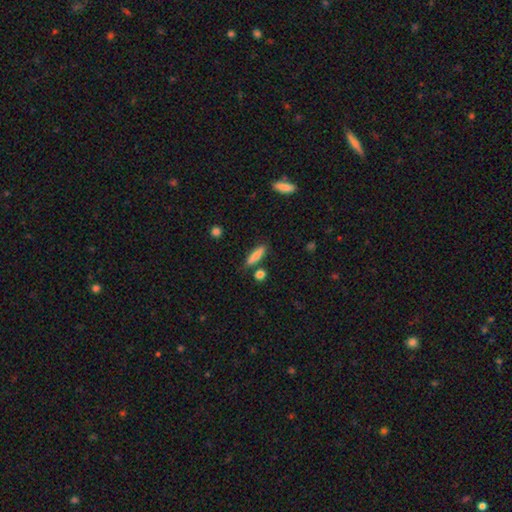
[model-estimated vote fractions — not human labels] Smooth or featured?
  - smooth: 81% *
  - featured or disk: 12%
  - star or artifact: 7%
How rounded?
  - cigar-shaped: 73% *
  - in between: 24%
  - round: 3%
Merging?
  - none: 79% *
  - minor disturbance: 12%
  - merger: 6%
  - major disturbance: 3%